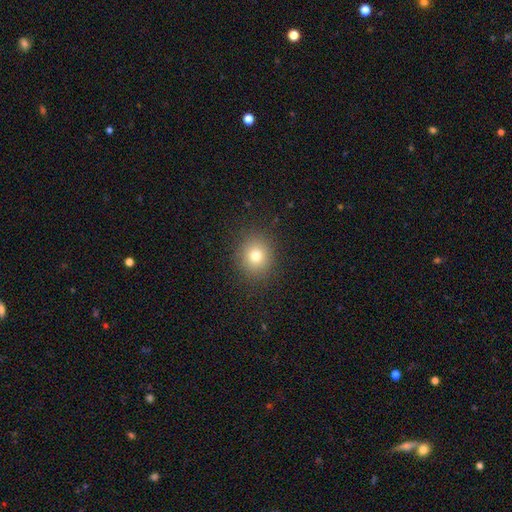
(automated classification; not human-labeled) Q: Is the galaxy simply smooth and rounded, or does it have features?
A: smooth — 77%.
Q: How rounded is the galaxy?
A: round — 84%.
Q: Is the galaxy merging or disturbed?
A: none — 89%.